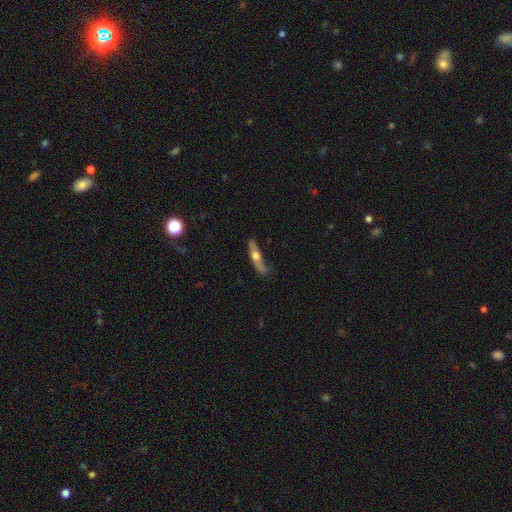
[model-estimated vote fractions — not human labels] This appears to be a featured or disk galaxy (51%) viewed edge-on (78%). Merging: none (57%).